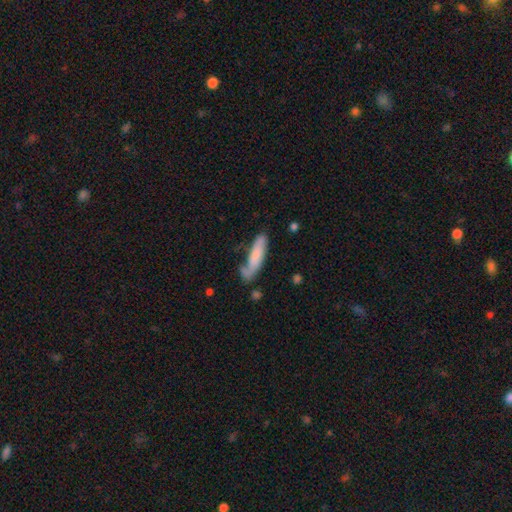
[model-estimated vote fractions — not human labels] Smooth or featured? smooth (65%)
How rounded? cigar-shaped (68%)
Merging? none (51%)